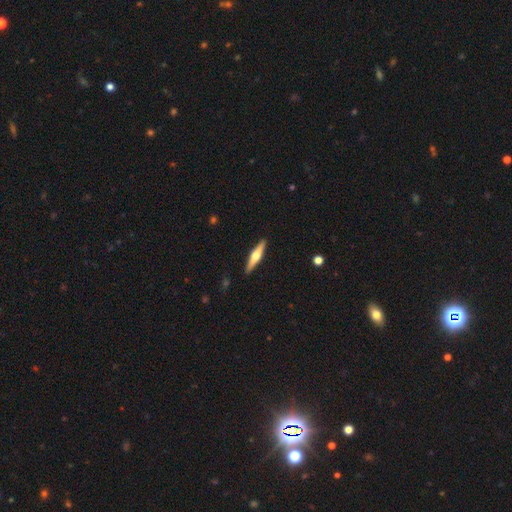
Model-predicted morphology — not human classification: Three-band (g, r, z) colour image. It shows a featured or disk galaxy (62%) viewed edge-on (97%) with a rounded central bulge (93%). Merging: none (91%).